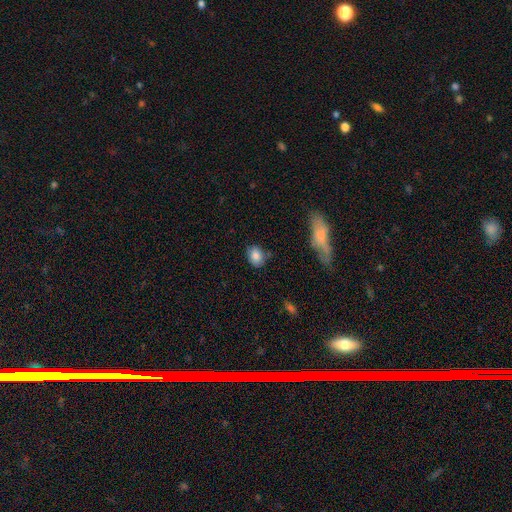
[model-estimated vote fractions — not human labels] Overall: smooth (84%). How rounded: in between (60%; round 38%). Merging: none (73%).